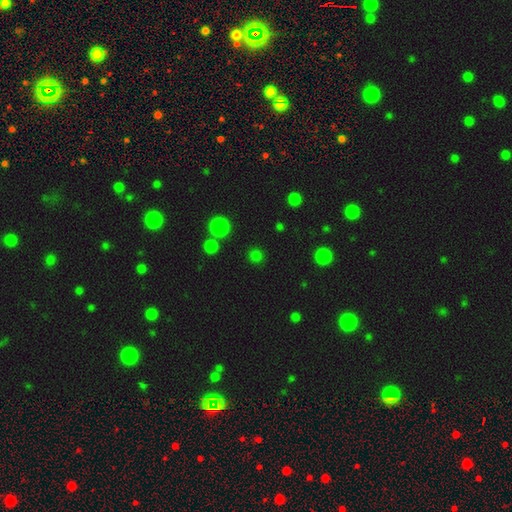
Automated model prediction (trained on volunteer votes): Smooth or featured: smooth — 78% (star or artifact — 18%)
How rounded: round — 92% (in between — 7%)
Merging: none — 86% (minor disturbance — 7%)